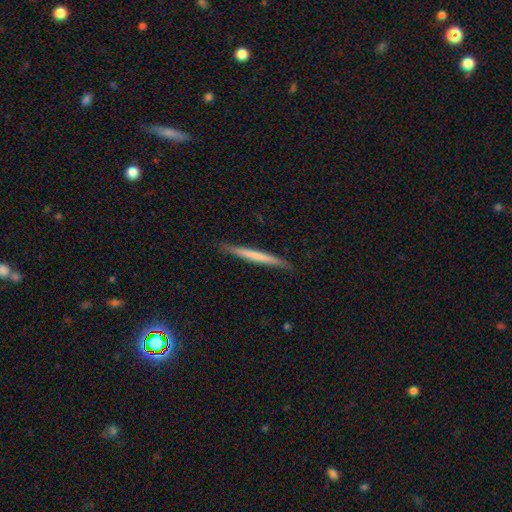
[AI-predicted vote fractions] Smooth or featured? smooth (55%)
How rounded? cigar-shaped (97%)
Merging? none (90%)